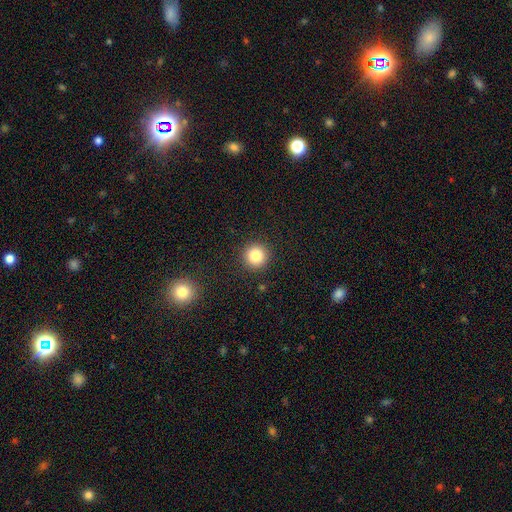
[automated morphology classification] This appears to be a smooth galaxy with no disk features (82%) that is round (95%). Merging: none (91%).